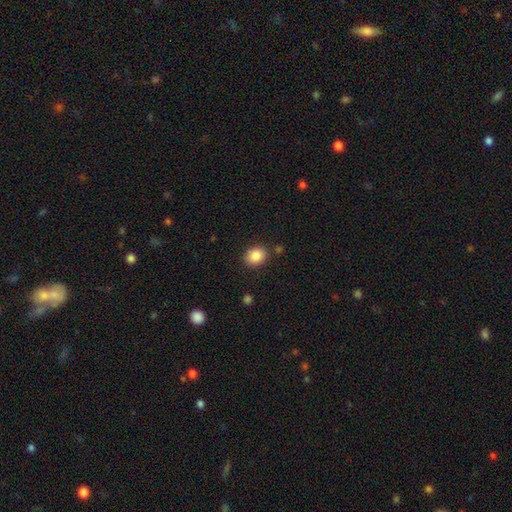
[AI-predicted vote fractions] smooth_or_featured: smooth (p=0.87) [alt: star or artifact p=0.08]
how_rounded: in between (p=0.52) [alt: round p=0.47]
merging: none (p=0.84) [alt: minor disturbance p=0.10]